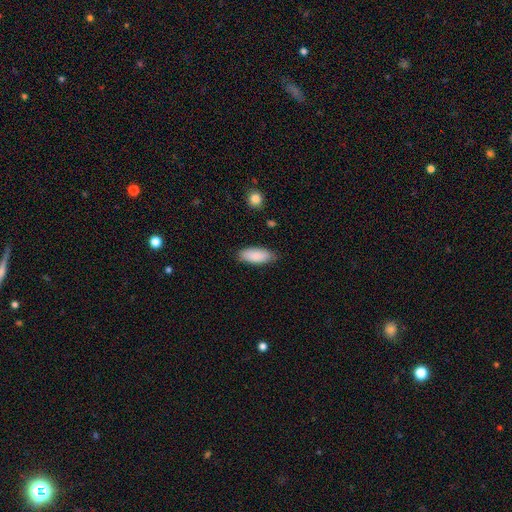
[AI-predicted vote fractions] Overall: smooth (89%). How rounded: in between (82%). Merging: none (83%).